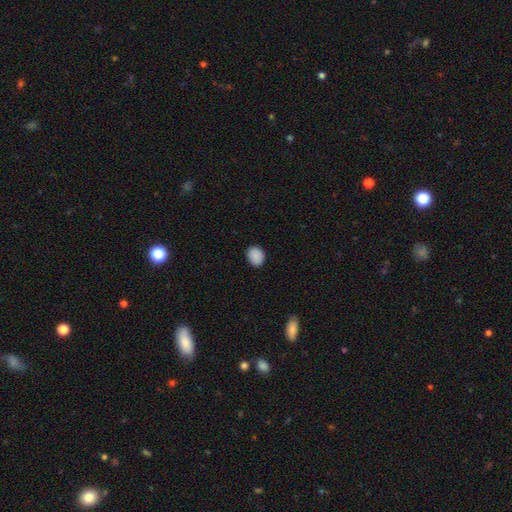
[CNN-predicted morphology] Smooth or featured: smooth — 89% (star or artifact — 8%)
How rounded: in between — 52% (round — 47%)
Merging: none — 88% (minor disturbance — 9%)